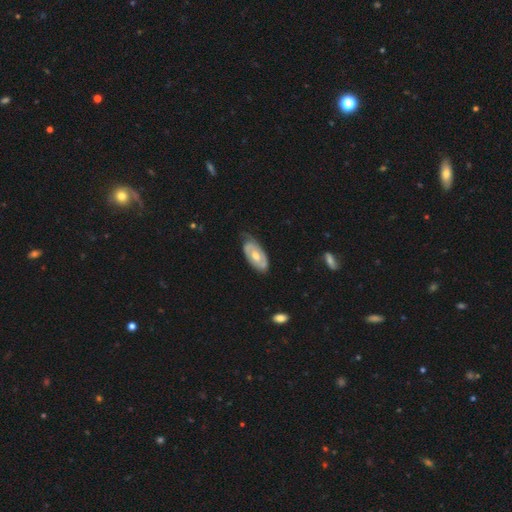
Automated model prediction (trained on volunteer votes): The model was most divided on "spiral arms": yes: 53%, no: 47%. More confident: edge-on disk — no (89%); bar — no (73%); bulge size — moderate (72%); merging — none (67%); smooth or featured — featured or disk (63%).